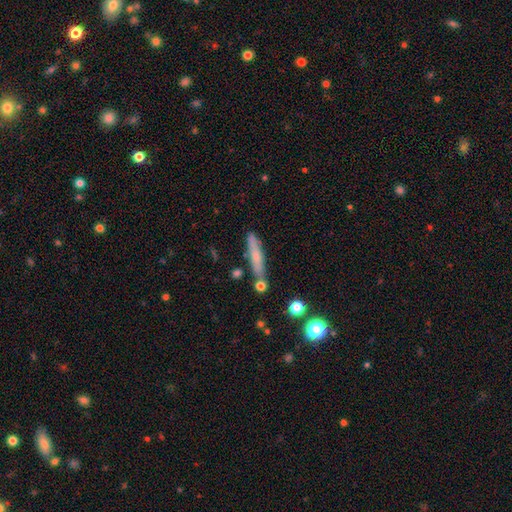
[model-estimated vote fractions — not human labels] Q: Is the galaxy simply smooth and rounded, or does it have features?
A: smooth — 57%.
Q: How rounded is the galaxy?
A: cigar-shaped — 89%.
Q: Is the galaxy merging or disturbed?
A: none — 76%.